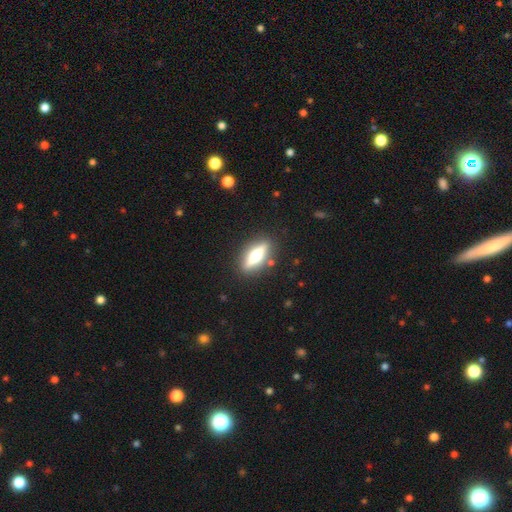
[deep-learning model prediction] A featured or disk galaxy (61%) viewed edge-on (89%) with a rounded central bulge (94%). Merging: none (87%).